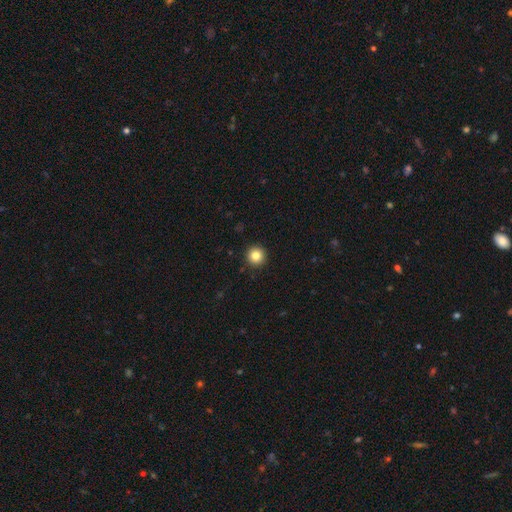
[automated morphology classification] Smooth or featured? smooth (83%)
How rounded? round (96%)
Merging? none (93%)